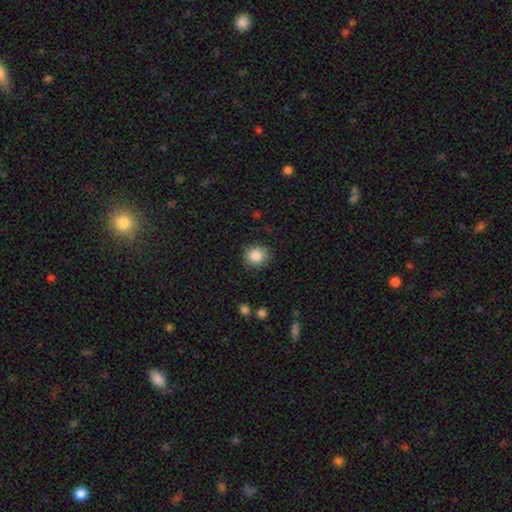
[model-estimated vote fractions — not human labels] smooth 87%, star or artifact 9%, featured or disk 4%. Down the decision tree: how rounded — round (74%); merging — none (85%).